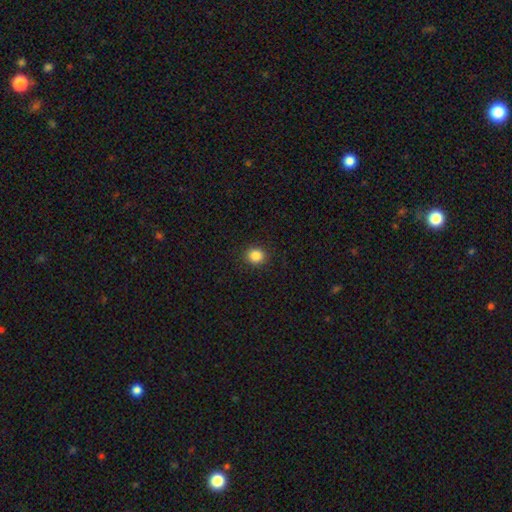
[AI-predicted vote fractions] Smooth or featured: smooth — 85% (star or artifact — 11%)
How rounded: round — 87% (in between — 13%)
Merging: none — 92% (minor disturbance — 6%)